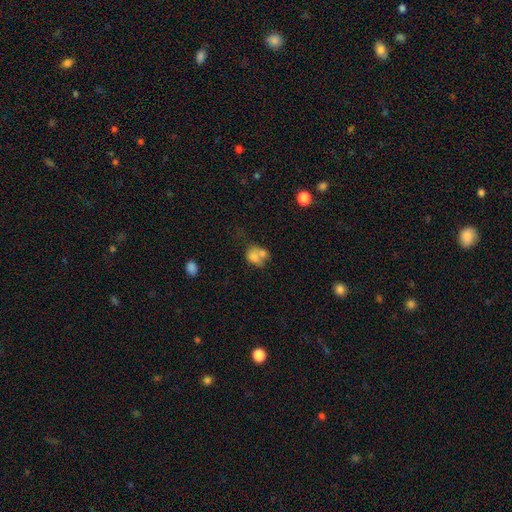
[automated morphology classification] type=smooth (68%); roundness=in between (53%); merging=merger (60%).